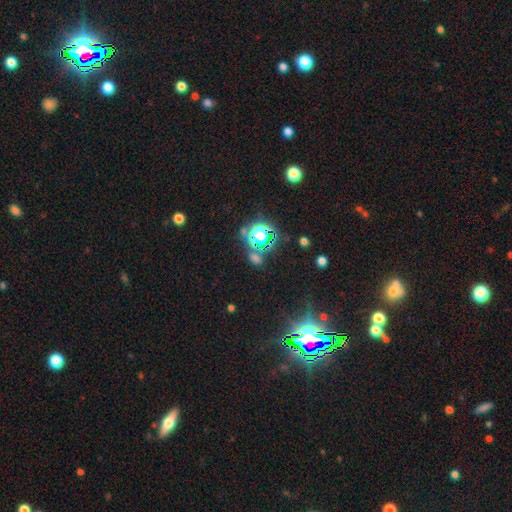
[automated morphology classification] This appears to be a star or artifact, not a galaxy (76%).